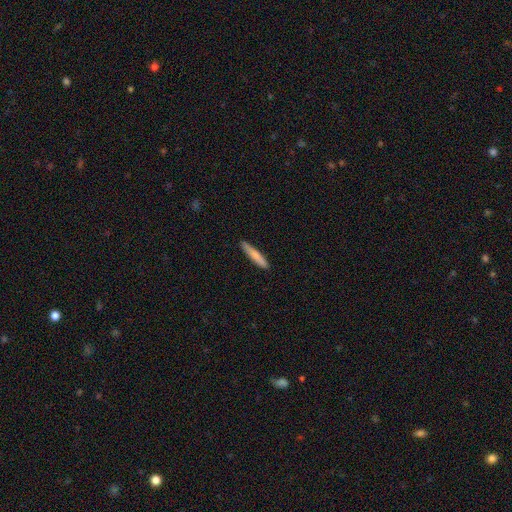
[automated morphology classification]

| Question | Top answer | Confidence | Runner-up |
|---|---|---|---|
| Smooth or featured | smooth | 76% | featured or disk (19%) |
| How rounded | cigar-shaped | 92% | in between (6%) |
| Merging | none | 89% | minor disturbance (8%) |